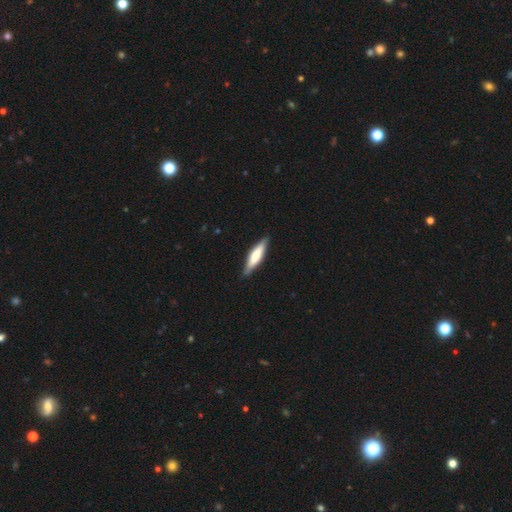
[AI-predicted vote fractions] smooth_or_featured: smooth (p=0.54) [alt: featured or disk p=0.41]
how_rounded: cigar-shaped (p=0.72) [alt: in between p=0.26]
merging: none (p=0.86) [alt: minor disturbance p=0.11]